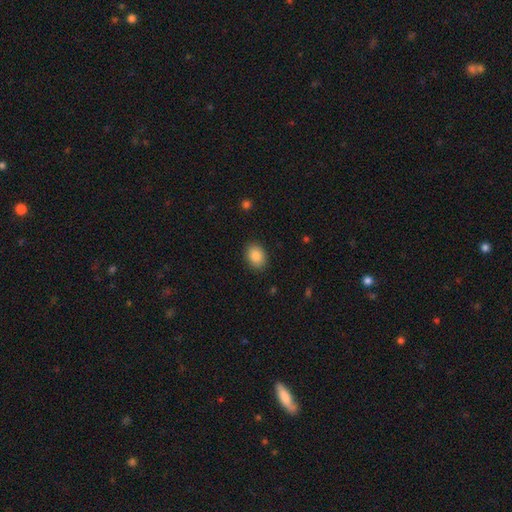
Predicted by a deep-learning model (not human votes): This is clearly a smooth galaxy (87%). How rounded: likely in between (66%). Merging: clearly none (88%).